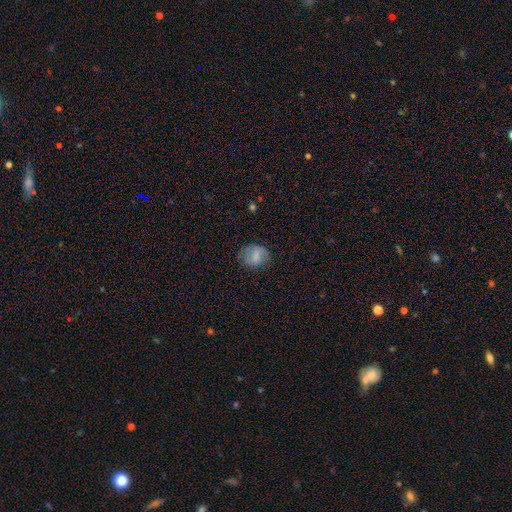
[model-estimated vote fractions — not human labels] Smooth or featured? Predicted: smooth (p=0.71). How rounded? Predicted: round (p=0.57). Merging? Predicted: none (p=0.69).